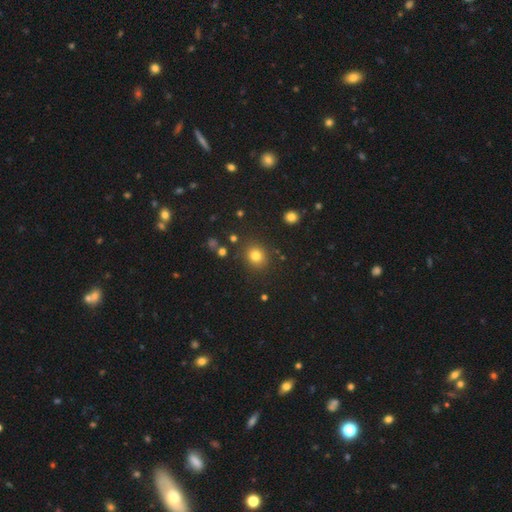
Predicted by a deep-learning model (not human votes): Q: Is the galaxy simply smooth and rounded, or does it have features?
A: smooth — 80%.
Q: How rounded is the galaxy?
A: round — 81%.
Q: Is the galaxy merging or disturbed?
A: none — 86%.